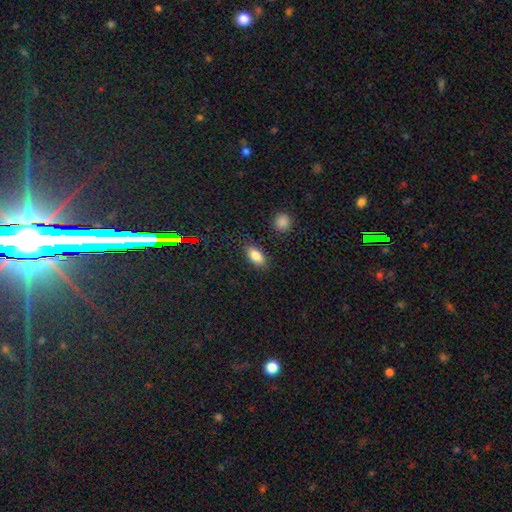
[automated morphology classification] smooth_or_featured: smooth (p=0.82) [alt: star or artifact p=0.10]
how_rounded: in between (p=0.87) [alt: cigar-shaped p=0.07]
merging: none (p=0.84) [alt: minor disturbance p=0.11]